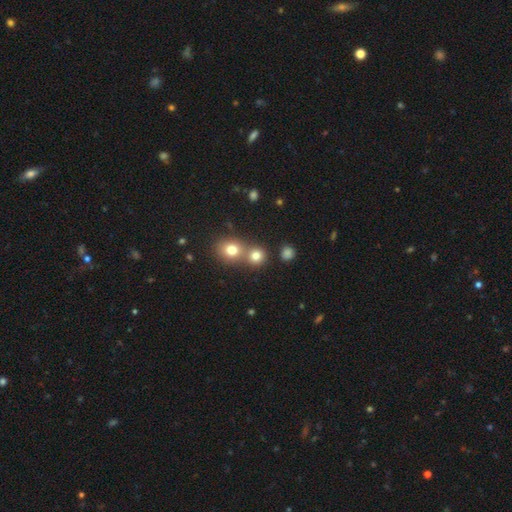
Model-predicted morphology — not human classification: A smooth galaxy with no disk features (78%) that is round (85%).

Vote fractions:
- Smooth or featured? smooth: 78% / star or artifact: 14% / featured or disk: 8%
- How rounded? round: 85% / in between: 14% / cigar-shaped: 1%
- Merging? none: 55% / merger: 37% / minor disturbance: 6% / major disturbance: 3%